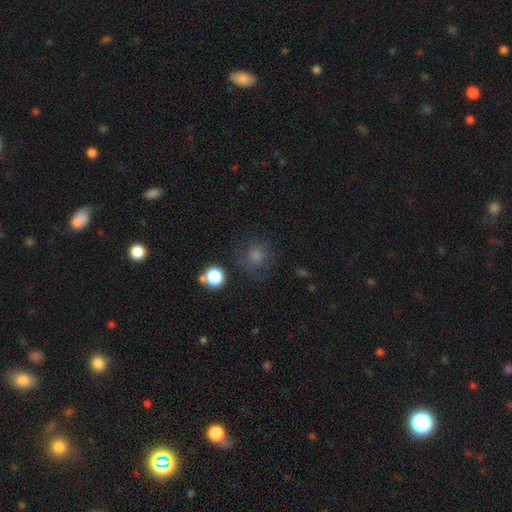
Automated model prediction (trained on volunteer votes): Smooth or featured? Predicted: smooth (p=0.58). How rounded? Predicted: round (p=0.86). Merging? Predicted: none (p=0.75).